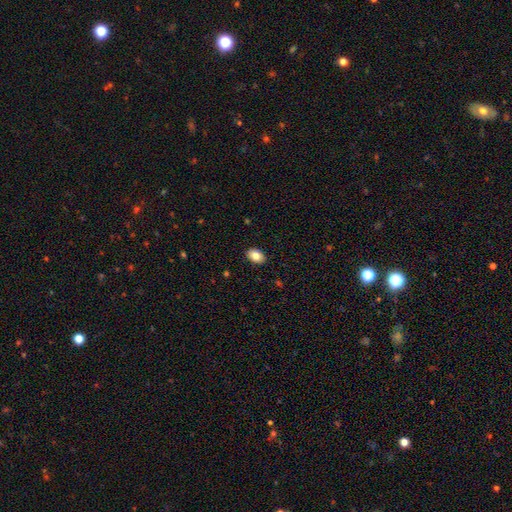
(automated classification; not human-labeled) Smooth or featured: smooth — 82% (featured or disk — 10%)
How rounded: in between — 85% (round — 14%)
Merging: none — 89% (minor disturbance — 8%)